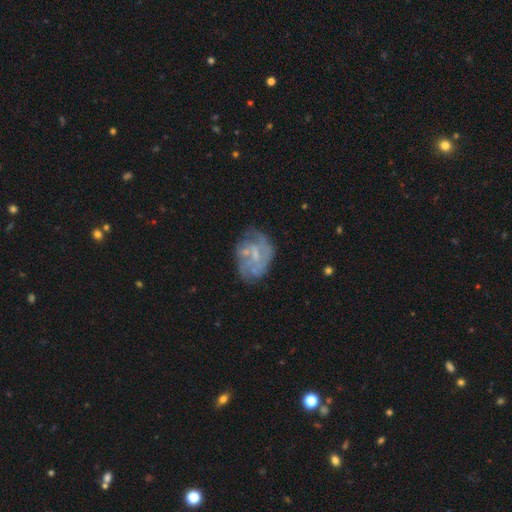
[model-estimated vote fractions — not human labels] This appears to be a featured or disk galaxy (70%) with no bar (52%), spiral arms (69%) and a small central bulge (50%). Merging: none (56%).